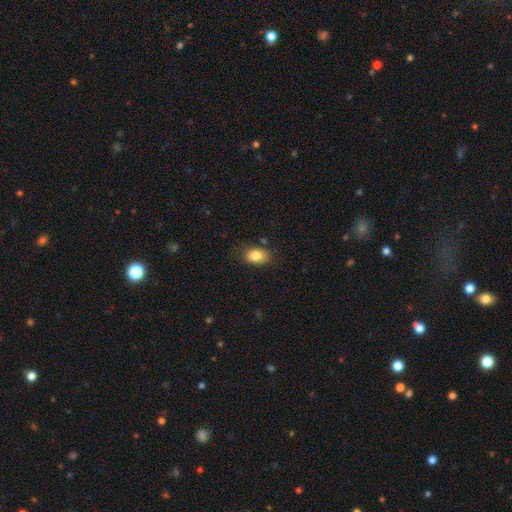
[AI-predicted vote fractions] Smooth or featured: smooth — 84% (star or artifact — 8%)
How rounded: in between — 81% (round — 18%)
Merging: none — 80% (minor disturbance — 15%)